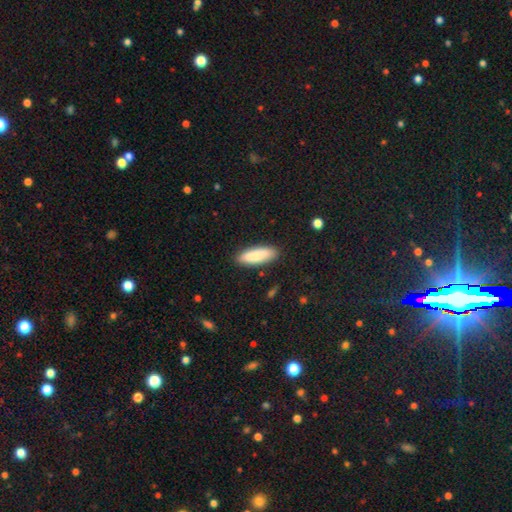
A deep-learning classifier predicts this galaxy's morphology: The model was most divided on "how rounded": in between: 58%, cigar-shaped: 40%, round: 2%. More confident: merging — none (86%); smooth or featured — smooth (85%).